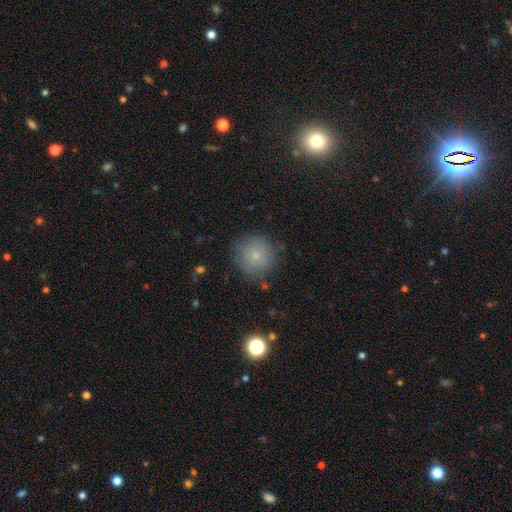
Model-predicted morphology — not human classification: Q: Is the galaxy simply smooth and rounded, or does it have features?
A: smooth — 77%.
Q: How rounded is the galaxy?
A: round — 94%.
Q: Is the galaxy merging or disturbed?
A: none — 81%.